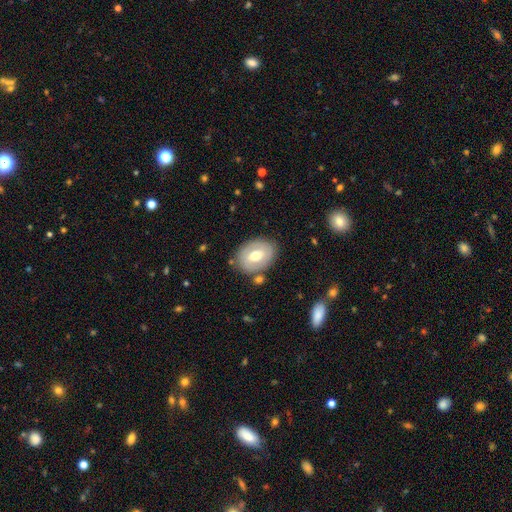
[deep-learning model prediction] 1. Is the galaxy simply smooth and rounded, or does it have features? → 52% smooth, 42% featured or disk, 7% star or artifact.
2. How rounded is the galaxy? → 67% in between, 32% round, 1% cigar-shaped.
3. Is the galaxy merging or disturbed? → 78% none, 14% minor disturbance, 5% merger, 4% major disturbance.